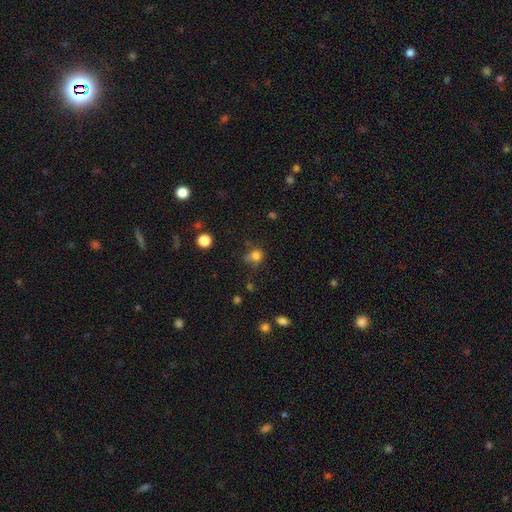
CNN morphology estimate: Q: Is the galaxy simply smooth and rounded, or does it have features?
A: smooth — 76%.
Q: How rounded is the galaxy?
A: round — 69%.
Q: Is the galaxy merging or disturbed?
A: none — 46%.